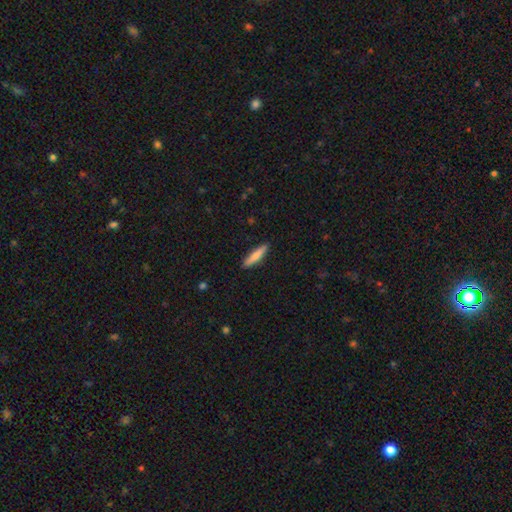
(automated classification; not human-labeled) smooth_or_featured: smooth (p=0.74) [alt: featured or disk p=0.20]
how_rounded: cigar-shaped (p=0.85) [alt: in between p=0.14]
merging: none (p=0.90) [alt: minor disturbance p=0.07]